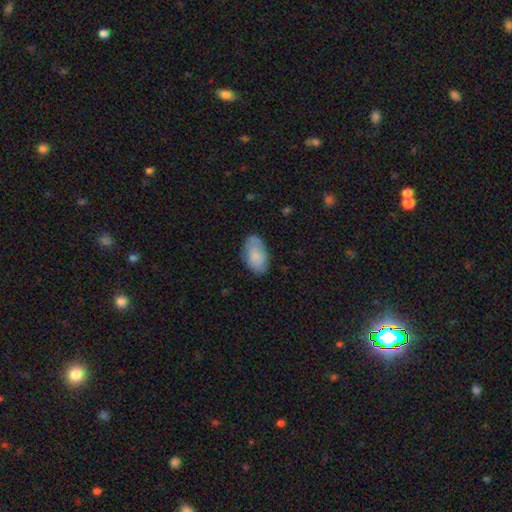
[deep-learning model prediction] Smooth or featured? Predicted: smooth (p=0.76). How rounded? Predicted: in between (p=0.94). Merging? Predicted: none (p=0.73).